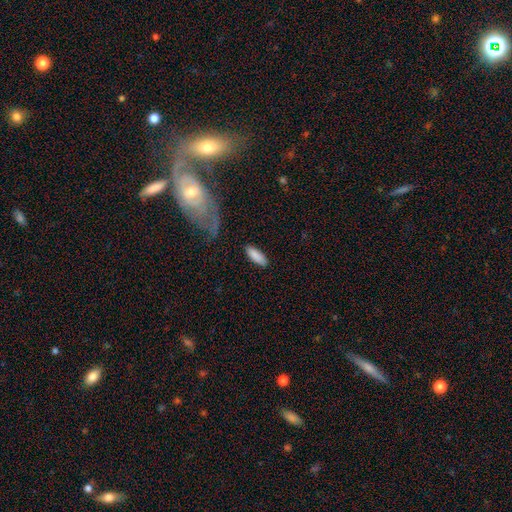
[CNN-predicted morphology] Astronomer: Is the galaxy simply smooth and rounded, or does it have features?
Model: smooth — 87%.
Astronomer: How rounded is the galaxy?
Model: in between — 62%.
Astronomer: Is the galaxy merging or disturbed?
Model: none — 83%.